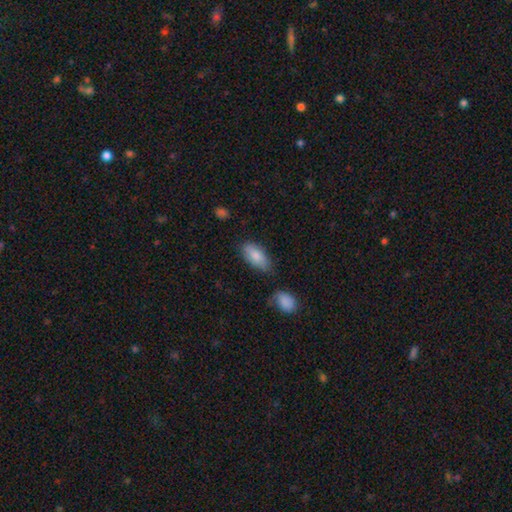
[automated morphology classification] The model was most divided on "merging": none: 72%, minor disturbance: 19%, merger: 5%, major disturbance: 4%. More confident: how rounded — in between (89%); smooth or featured — smooth (85%).